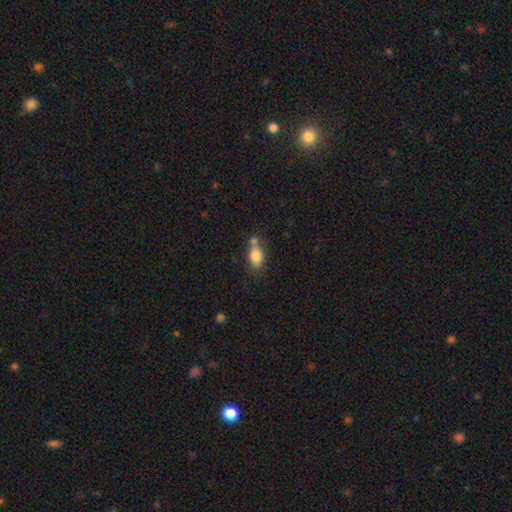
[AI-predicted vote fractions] The model was most divided on "merging": none: 47%, merger: 30%, minor disturbance: 17%, major disturbance: 6%. More confident: smooth or featured — smooth (80%); how rounded — in between (79%).